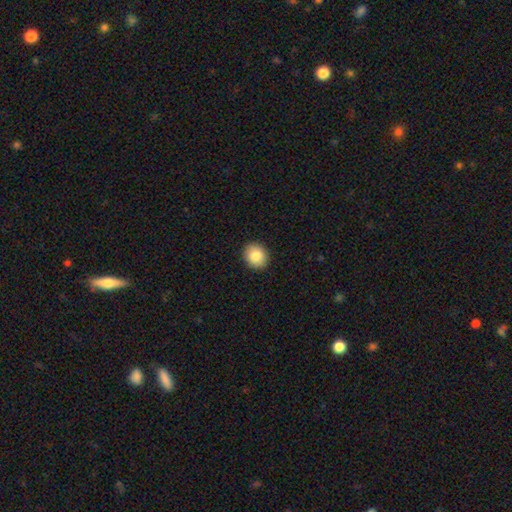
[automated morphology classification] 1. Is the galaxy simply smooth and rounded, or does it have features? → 84% smooth, 8% star or artifact, 8% featured or disk.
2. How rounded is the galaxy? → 66% round, 33% in between, 1% cigar-shaped.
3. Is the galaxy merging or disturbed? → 91% none, 6% minor disturbance, 2% major disturbance, 1% merger.